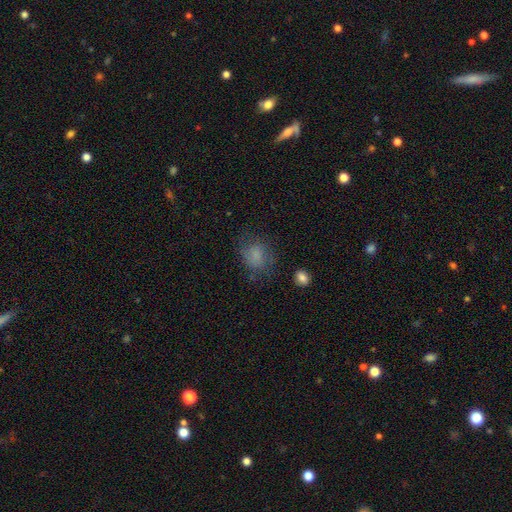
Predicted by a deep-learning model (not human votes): A smooth galaxy with no disk features (76%) that is round (60%).

Vote fractions:
- Smooth or featured? smooth: 76% / star or artifact: 12% / featured or disk: 12%
- How rounded? round: 60% / in between: 39% / cigar-shaped: 1%
- Merging? none: 64% / minor disturbance: 22% / major disturbance: 12% / merger: 2%